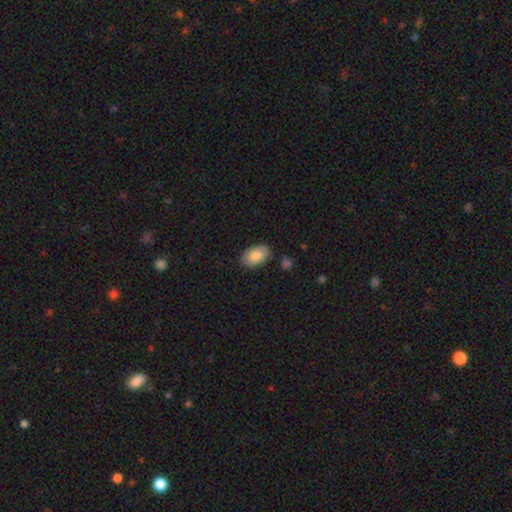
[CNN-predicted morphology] The model was most divided on "merging": none: 82%, minor disturbance: 13%, major disturbance: 2%, merger: 2%. More confident: how rounded — in between (93%); smooth or featured — smooth (83%).